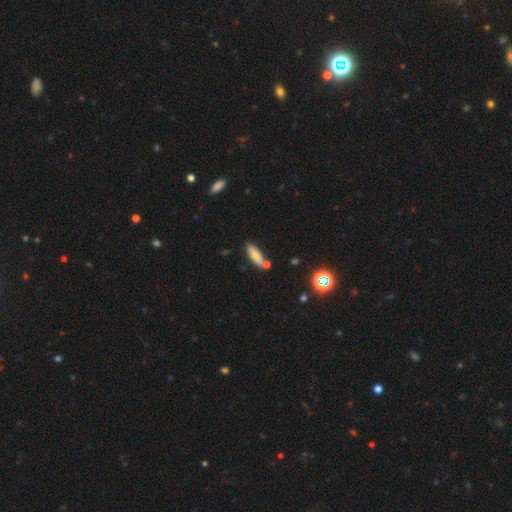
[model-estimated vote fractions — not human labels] Smooth or featured? smooth (73%)
How rounded? in between (51%)
Merging? none (66%)